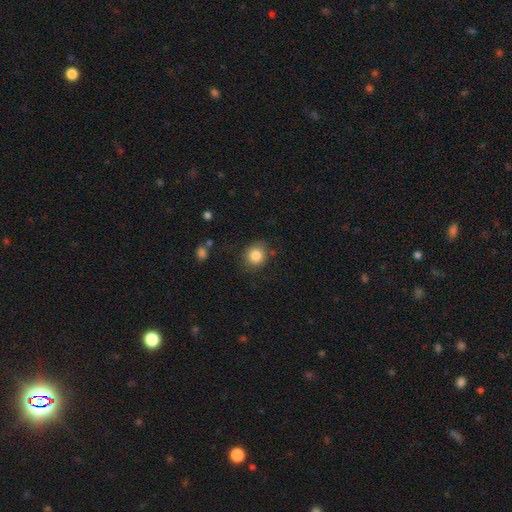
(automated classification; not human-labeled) The model was most divided on "merging": none: 78%, minor disturbance: 15%, major disturbance: 4%, merger: 2%. More confident: smooth or featured — smooth (84%); how rounded — round (82%).